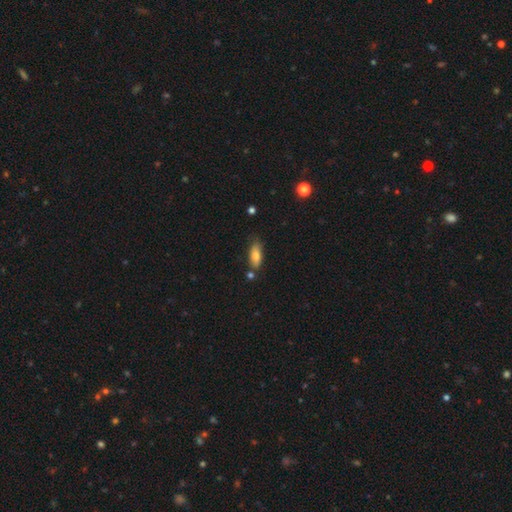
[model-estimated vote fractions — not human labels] This appears to be a smooth galaxy with no disk features (77%) that is in between round and cigar-shaped (80%). Merging: none (67%).